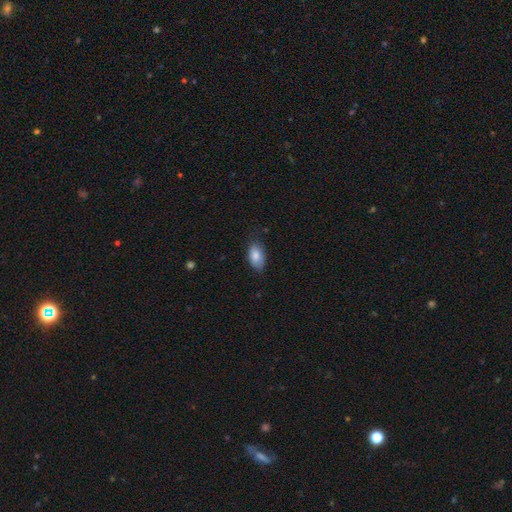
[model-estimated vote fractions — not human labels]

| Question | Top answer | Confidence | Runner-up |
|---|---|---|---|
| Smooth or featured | smooth | 83% | featured or disk (11%) |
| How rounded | in between | 92% | round (5%) |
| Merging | none | 72% | minor disturbance (23%) |